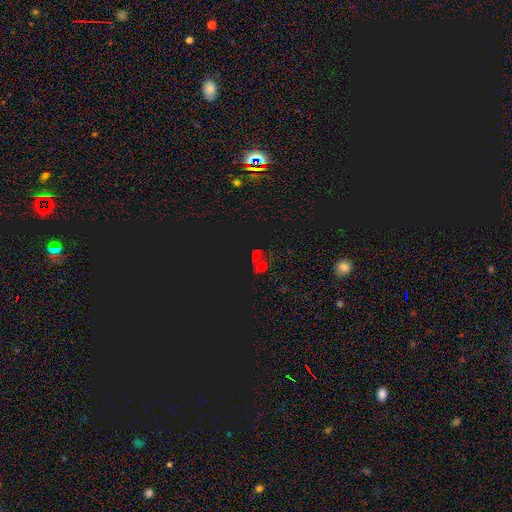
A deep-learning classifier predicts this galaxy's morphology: Smooth or featured: star or artifact — 46% (smooth — 40%)